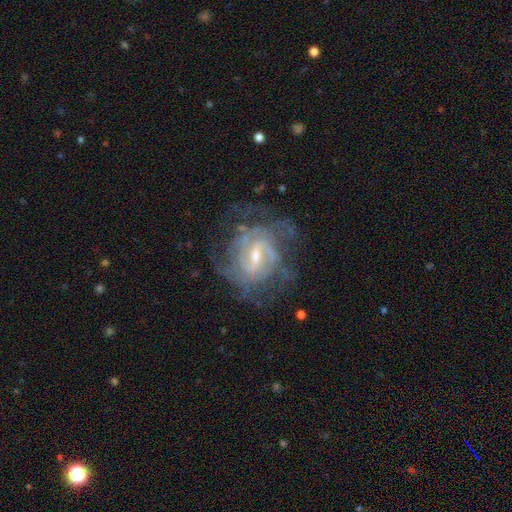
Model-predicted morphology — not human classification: smooth-or-featured: featured or disk: 87% | star or artifact: 7% | smooth: 6%
  disk-edge-on: no: 96% | yes: 4%
    bar: weak: 50% | strong: 39% | no: 11%
    has-spiral-arms: yes: 93% | no: 7%
      spiral-winding: tight: 54% | medium: 36% | loose: 10%
      spiral-arm-count: can't tell: 35% | 2: 30% | 3: 16% | 4: 10% | more than 4: 5% | 1: 4%
    bulge-size: small: 52% | moderate: 39% | none: 5% | large: 3% | dominant: 1%
  merging: none: 65% | minor disturbance: 19% | major disturbance: 14% | merger: 2%